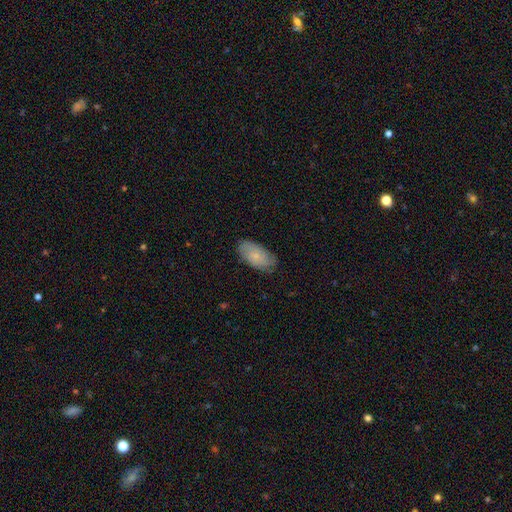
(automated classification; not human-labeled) A smooth galaxy with no disk features (65%) that is in between round and cigar-shaped (93%). Merging: none (76%).